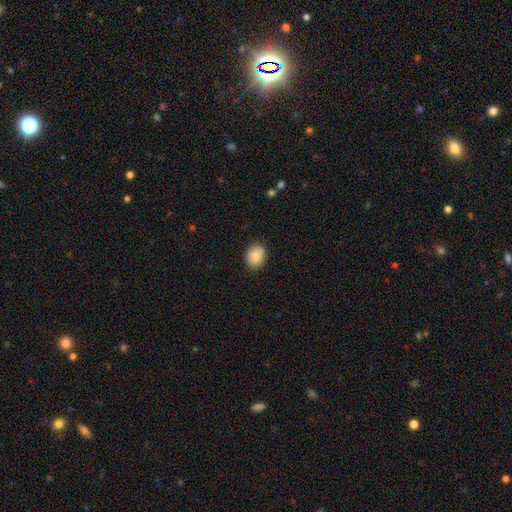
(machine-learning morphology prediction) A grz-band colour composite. It shows a smooth galaxy with no disk features (85%) that is in between round and cigar-shaped (54%). Merging: none (86%).